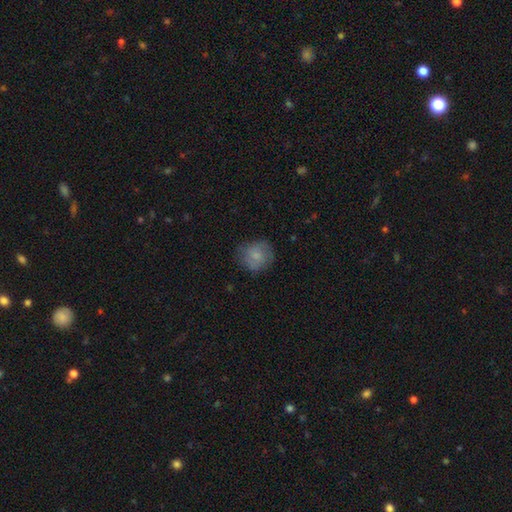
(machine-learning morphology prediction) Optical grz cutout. It shows a smooth galaxy with no disk features (77%) that is round (83%). Merging: none (71%).